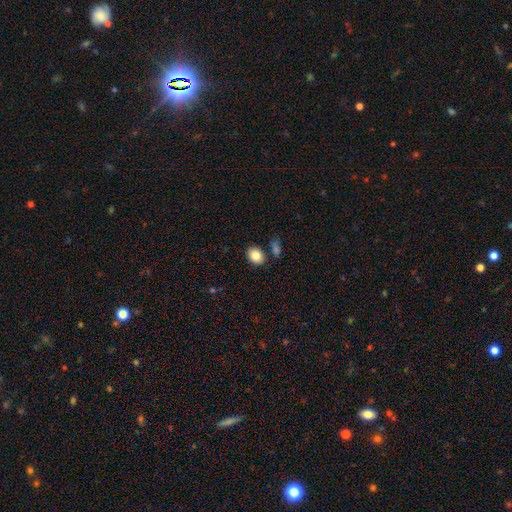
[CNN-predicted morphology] smooth_or_featured: smooth (p=0.84) [alt: star or artifact p=0.08]
how_rounded: in between (p=0.67) [alt: round p=0.32]
merging: none (p=0.80) [alt: minor disturbance p=0.11]